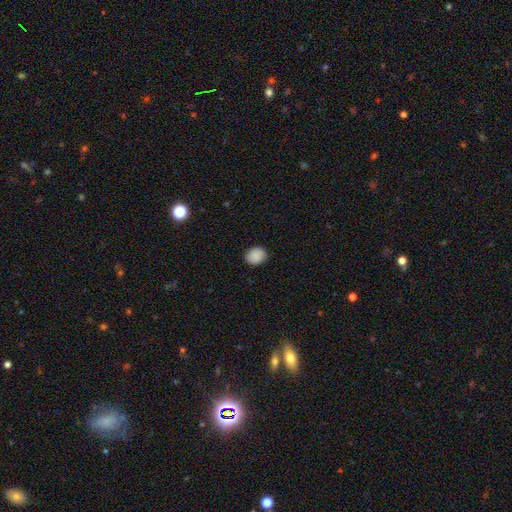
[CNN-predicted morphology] Smooth or featured: smooth — 88% (star or artifact — 8%)
How rounded: round — 60% (in between — 39%)
Merging: none — 87% (minor disturbance — 10%)